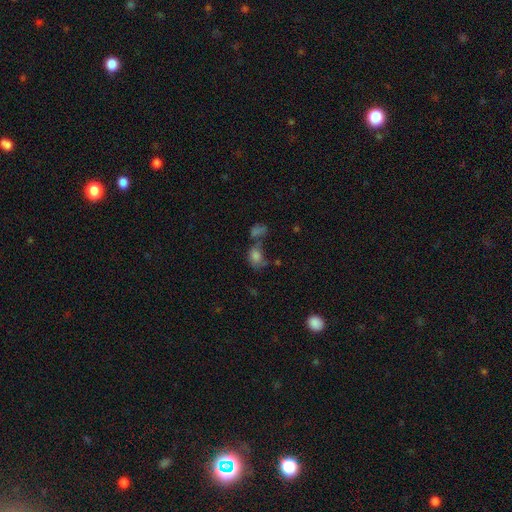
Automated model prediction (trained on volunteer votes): smooth_or_featured: smooth (p=0.76) [alt: featured or disk p=0.12]
how_rounded: in between (p=0.70) [alt: round p=0.28]
merging: merger (p=0.40) [alt: none p=0.31]